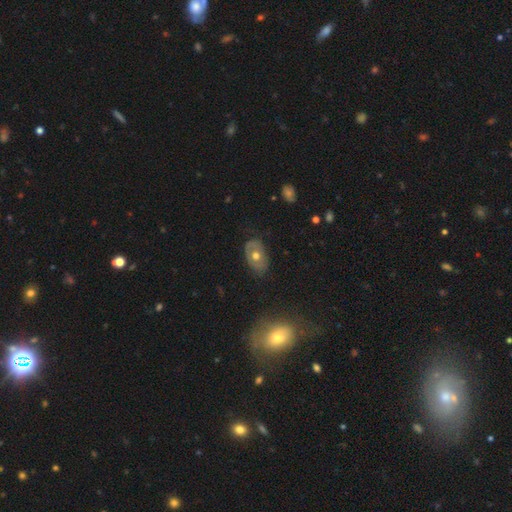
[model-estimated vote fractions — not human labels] smooth_or_featured: featured or disk (p=0.47) [alt: smooth p=0.44]
merging: none (p=0.73) [alt: minor disturbance p=0.19]